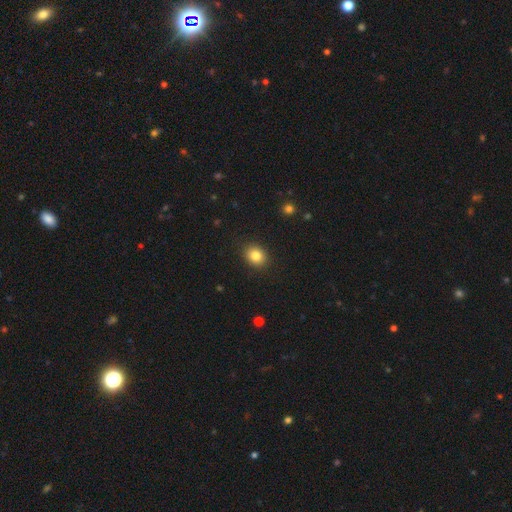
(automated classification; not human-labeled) The model was most divided on "how rounded": round: 54%, in between: 46%, cigar-shaped: 1%. More confident: merging — none (89%); smooth or featured — smooth (84%).